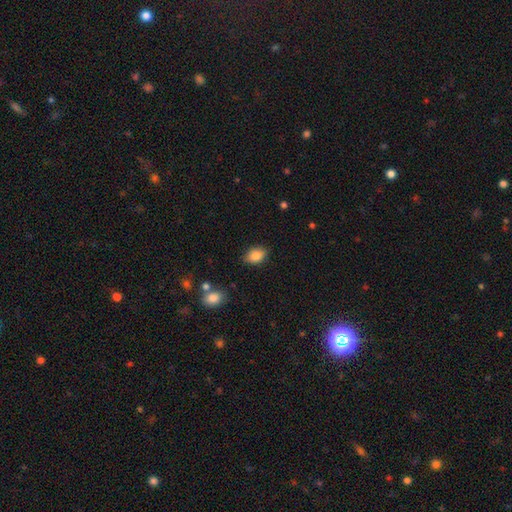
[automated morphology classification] type=smooth (85%); roundness=in between (83%); merging=none (84%).